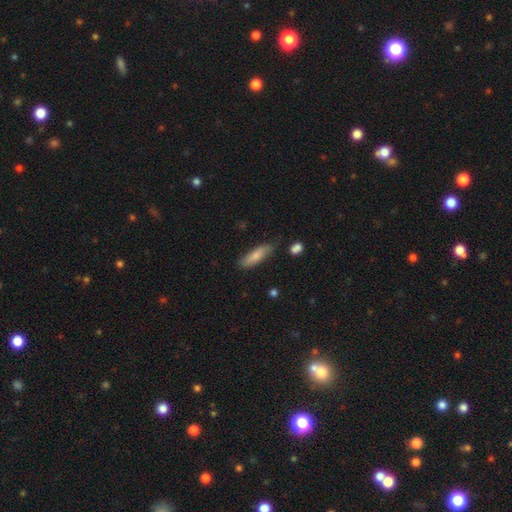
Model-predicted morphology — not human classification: This is likely a smooth galaxy (76%). How rounded: possibly cigar-shaped (59%). Merging: likely none (76%).